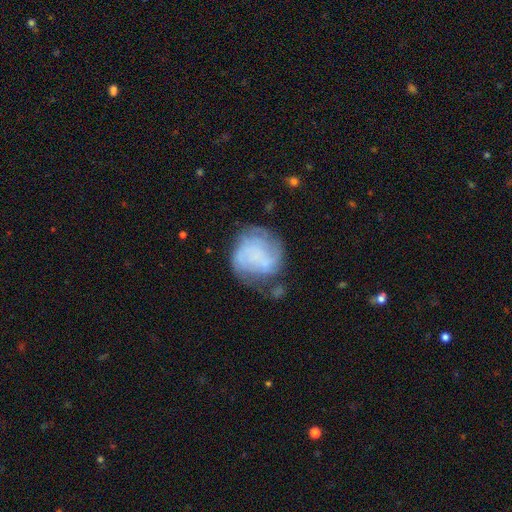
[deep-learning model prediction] smooth_or_featured: featured or disk (p=0.54) [alt: smooth p=0.37]
disk_edge_on: no (p=0.98) [alt: yes p=0.02]
bar: no (p=0.76) [alt: weak p=0.19]
has_spiral_arms: yes (p=0.70) [alt: no p=0.30]
bulge_size: none (p=0.61) [alt: small p=0.22]
merging: none (p=0.50) [alt: minor disturbance p=0.26]